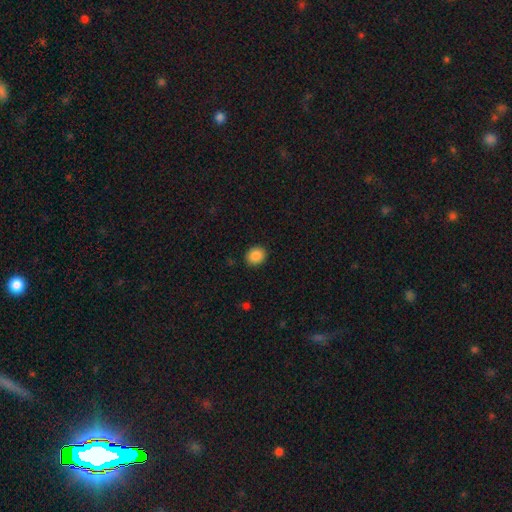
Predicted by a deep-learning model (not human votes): smooth_or_featured: smooth (p=0.88) [alt: star or artifact p=0.09]
how_rounded: round (p=0.67) [alt: in between p=0.32]
merging: none (p=0.90) [alt: minor disturbance p=0.07]